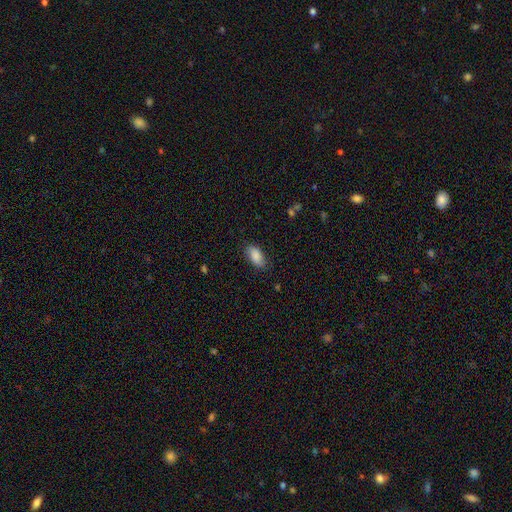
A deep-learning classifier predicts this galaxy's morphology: Smooth or featured: smooth — 88% (star or artifact — 7%)
How rounded: in between — 93% (cigar-shaped — 4%)
Merging: none — 82% (minor disturbance — 13%)